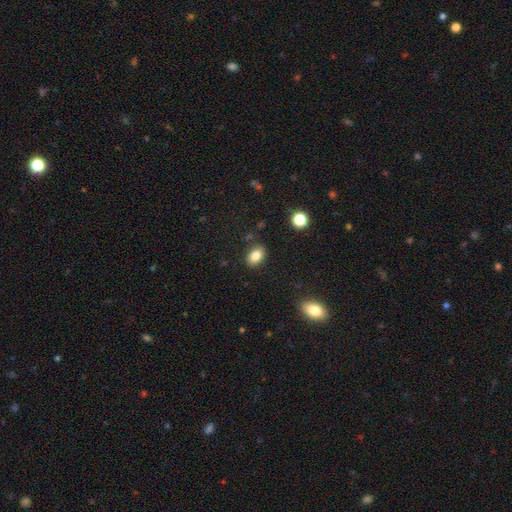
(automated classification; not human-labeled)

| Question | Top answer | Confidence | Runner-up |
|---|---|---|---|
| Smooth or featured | smooth | 83% | star or artifact (9%) |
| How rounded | in between | 83% | round (16%) |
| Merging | none | 86% | minor disturbance (10%) |